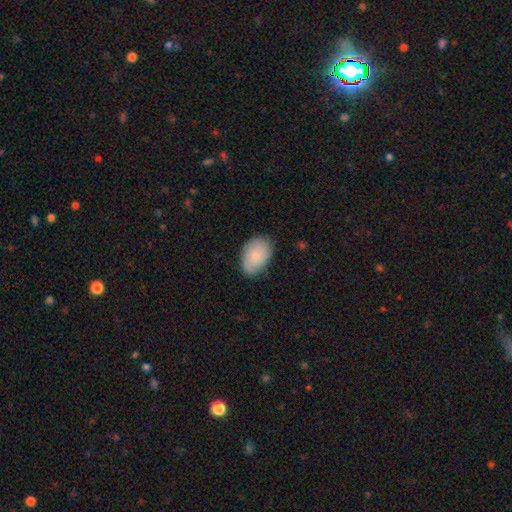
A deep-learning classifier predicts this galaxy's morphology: A smooth galaxy with no disk features (78%) that is in between round and cigar-shaped (86%). Merging: none (76%).